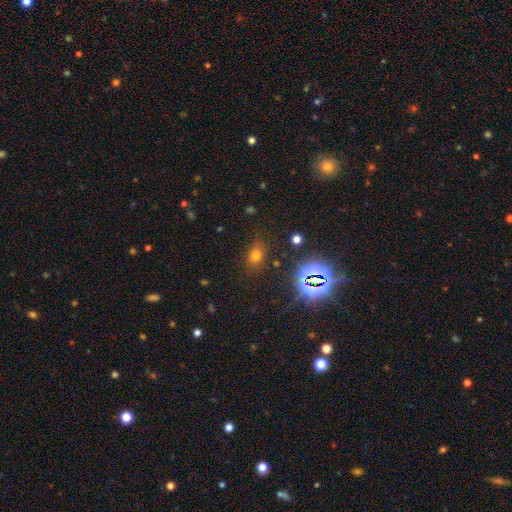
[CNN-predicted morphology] Overall: smooth (65%; star or artifact 27%). How rounded: in between (58%; round 39%). Merging: none (78%).